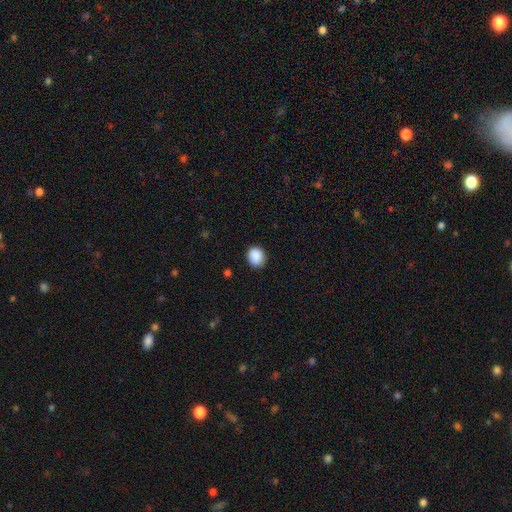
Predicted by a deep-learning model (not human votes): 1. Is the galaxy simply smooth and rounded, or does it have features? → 89% smooth, 8% star or artifact, 3% featured or disk.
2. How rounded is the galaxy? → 66% round, 33% in between, 1% cigar-shaped.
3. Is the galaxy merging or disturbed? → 86% none, 11% minor disturbance, 2% major disturbance, 1% merger.